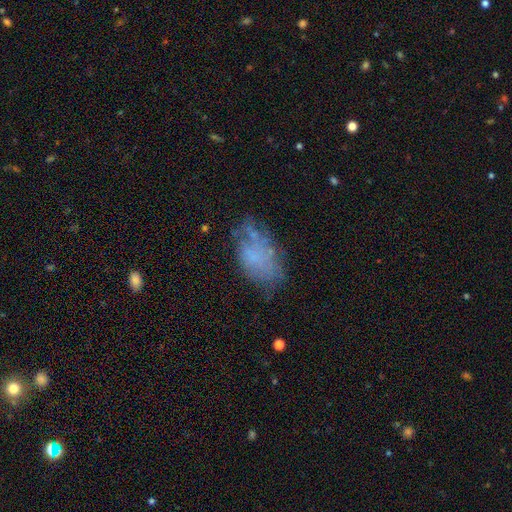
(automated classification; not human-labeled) Q: Smooth or featured?
A: smooth (52%); runner-up: featured or disk (35%)
Q: How rounded?
A: in between (91%); runner-up: round (7%)
Q: Merging?
A: none (50%); runner-up: minor disturbance (27%)